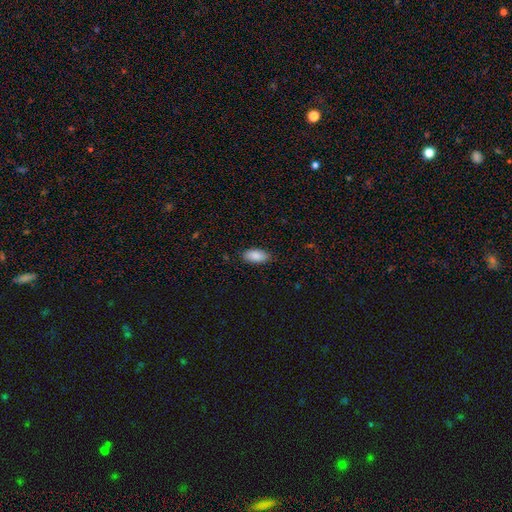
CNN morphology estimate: Q: Smooth or featured?
A: smooth (89%); runner-up: star or artifact (6%)
Q: How rounded?
A: in between (92%); runner-up: cigar-shaped (6%)
Q: Merging?
A: none (84%); runner-up: minor disturbance (13%)